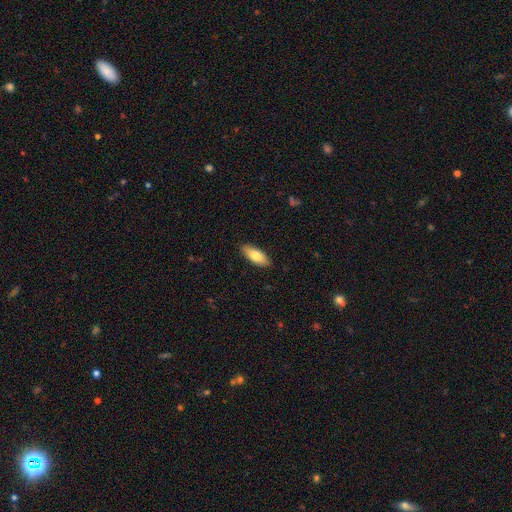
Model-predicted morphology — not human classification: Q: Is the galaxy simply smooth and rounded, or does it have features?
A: smooth — 77%.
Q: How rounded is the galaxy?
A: in between — 77%.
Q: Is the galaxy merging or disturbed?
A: none — 89%.